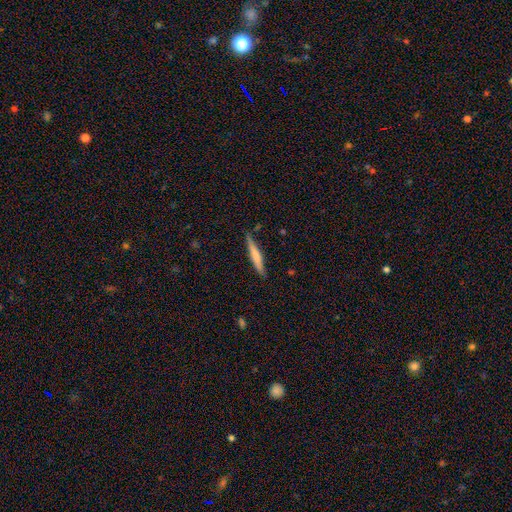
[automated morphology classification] Smooth or featured?
  - smooth: 61% *
  - featured or disk: 34%
  - star or artifact: 6%
How rounded?
  - cigar-shaped: 93% *
  - in between: 6%
  - round: 1%
Merging?
  - none: 82% *
  - minor disturbance: 14%
  - major disturbance: 2%
  - merger: 2%